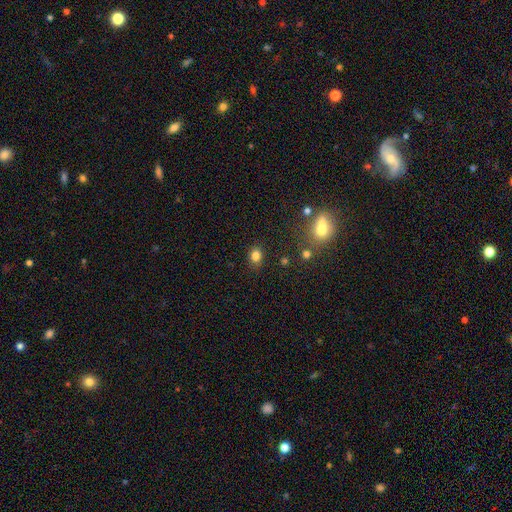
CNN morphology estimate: smooth-or-featured: smooth: 81% | star or artifact: 13% | featured or disk: 6%
  how-rounded: round: 52% | in between: 47% | cigar-shaped: 1%
  merging: none: 82% | minor disturbance: 11% | major disturbance: 3% | merger: 3%